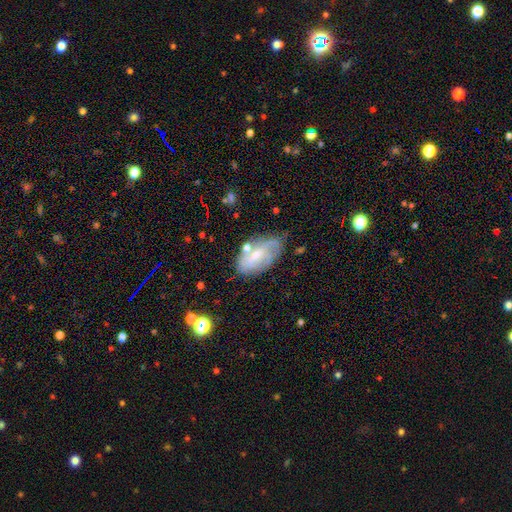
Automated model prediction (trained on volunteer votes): Smooth or featured? Predicted: featured or disk (p=0.63). Edge-on disk? Predicted: no (p=0.93). Bar? Predicted: weak (p=0.48). Spiral arms? Predicted: yes (p=0.81). Bulge size? Predicted: small (p=0.57). Merging? Predicted: none (p=0.57).